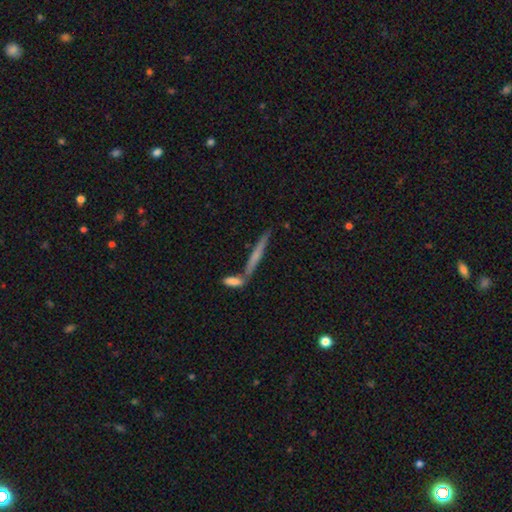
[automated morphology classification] This is possibly a featured or disk galaxy (48%). Merging: likely none (68%).